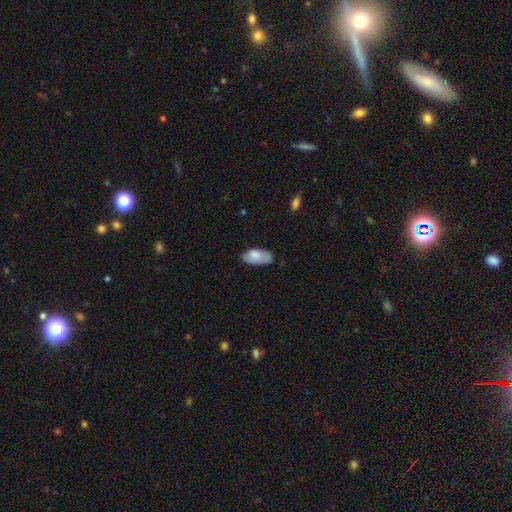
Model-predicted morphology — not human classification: Smooth or featured: smooth — 79% (featured or disk — 14%)
How rounded: in between — 94% (cigar-shaped — 3%)
Merging: none — 63% (minor disturbance — 28%)